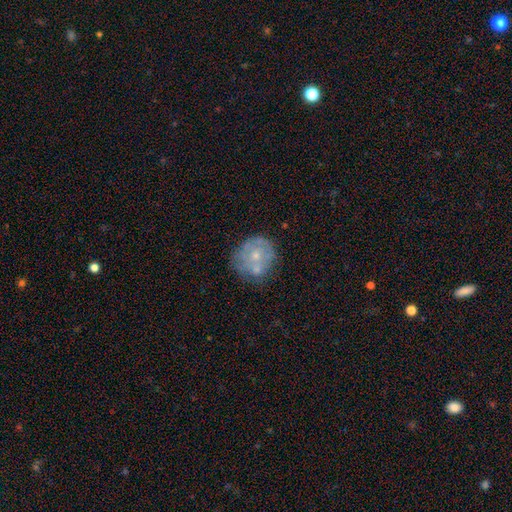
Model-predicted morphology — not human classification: Smooth or featured? Predicted: featured or disk (p=0.48). Merging? Predicted: none (p=0.51).